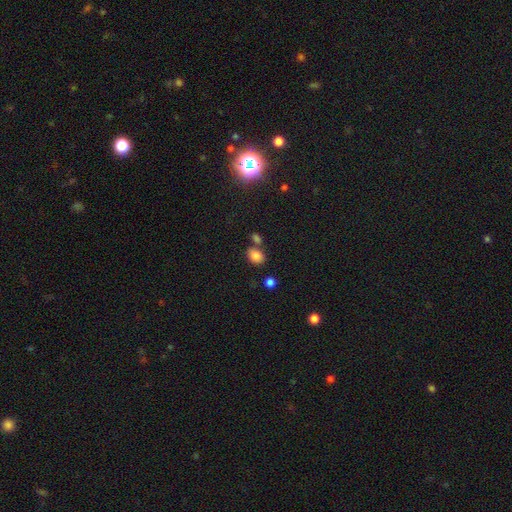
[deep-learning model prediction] Smooth or featured: smooth — 83% (star or artifact — 11%)
How rounded: in between — 67% (round — 32%)
Merging: none — 63% (merger — 20%)